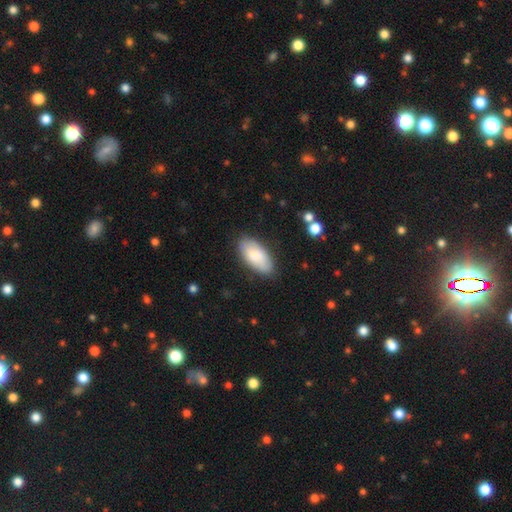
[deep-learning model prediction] smooth-or-featured: smooth: 77% | featured or disk: 17% | star or artifact: 6%
  how-rounded: in between: 93% | cigar-shaped: 5% | round: 2%
  merging: none: 80% | minor disturbance: 16% | major disturbance: 3% | merger: 2%